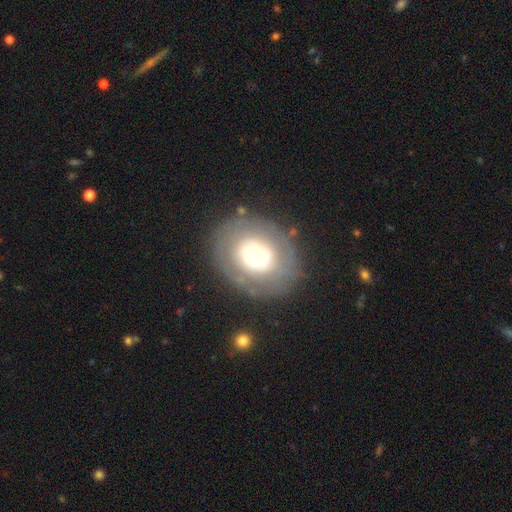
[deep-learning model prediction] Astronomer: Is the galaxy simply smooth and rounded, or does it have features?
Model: smooth — 47% (runner-up: featured or disk, 45%).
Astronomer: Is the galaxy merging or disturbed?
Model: none — 74%.